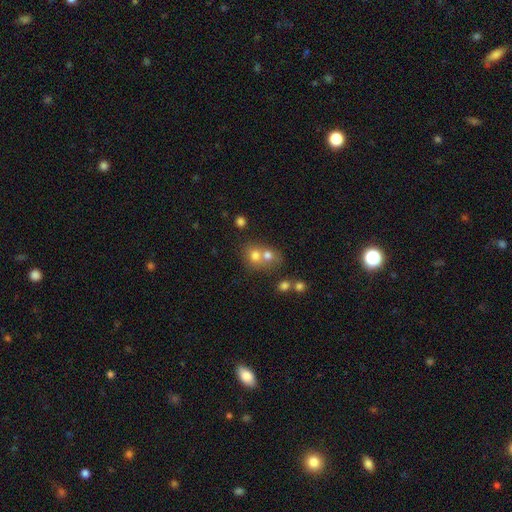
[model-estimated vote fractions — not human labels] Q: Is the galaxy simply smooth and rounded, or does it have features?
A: smooth — 71%.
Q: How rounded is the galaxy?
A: round — 72%.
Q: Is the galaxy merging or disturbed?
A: merger — 59%.